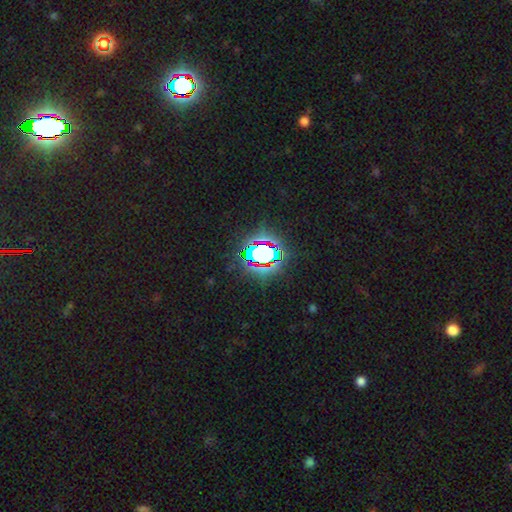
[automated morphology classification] Smooth or featured? star or artifact (80%)